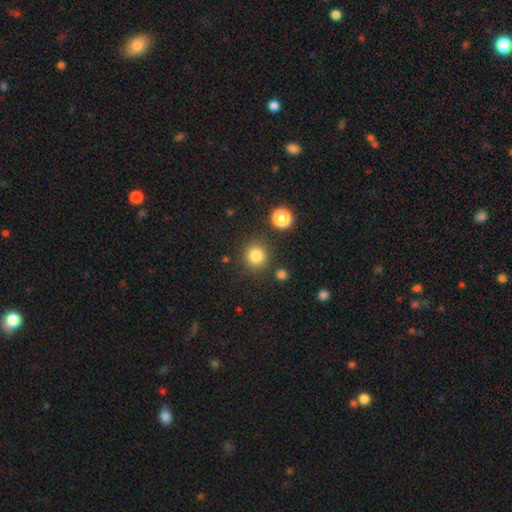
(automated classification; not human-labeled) This appears to be a smooth galaxy with no disk features (82%) that is round (92%). Merging: none (86%).